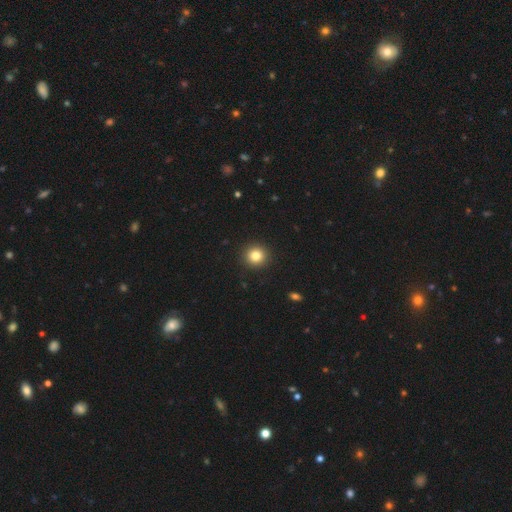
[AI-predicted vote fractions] This appears to be a smooth galaxy with no disk features (83%) that is round (94%). Merging: none (93%).